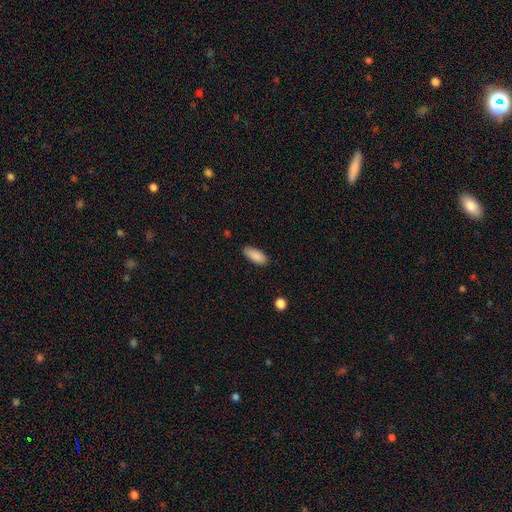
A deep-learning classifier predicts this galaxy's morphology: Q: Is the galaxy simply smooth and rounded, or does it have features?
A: smooth — 88%.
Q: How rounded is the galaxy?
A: in between — 85%.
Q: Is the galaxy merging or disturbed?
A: none — 86%.